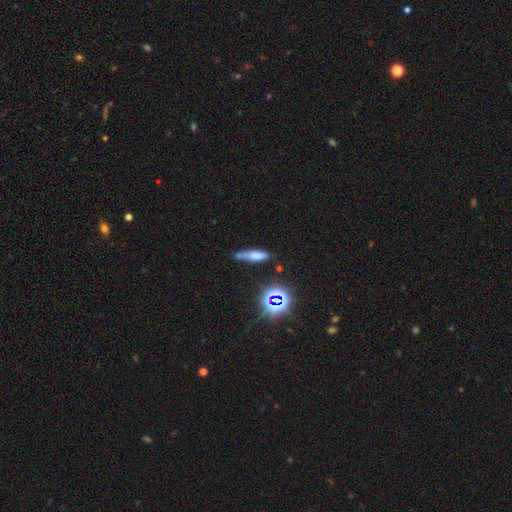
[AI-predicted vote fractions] This is likely a smooth galaxy (64%). How rounded: likely cigar-shaped (66%). Merging: possibly none (52%).